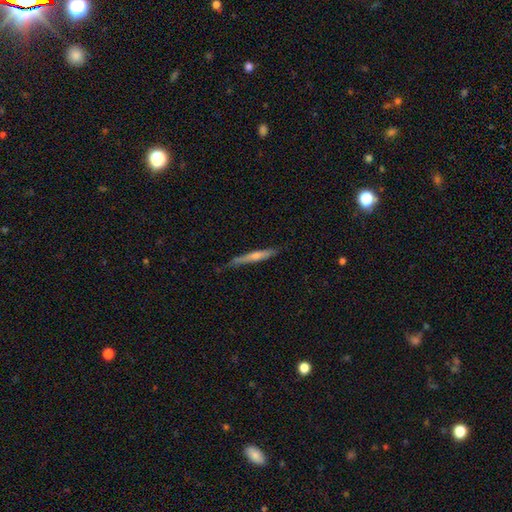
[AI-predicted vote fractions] Smooth or featured: featured or disk — 64% (smooth — 28%)
Edge-on disk: yes — 96% (no — 4%)
Edge-on bulge: rounded — 65% (none — 28%)
Merging: none — 84% (minor disturbance — 12%)